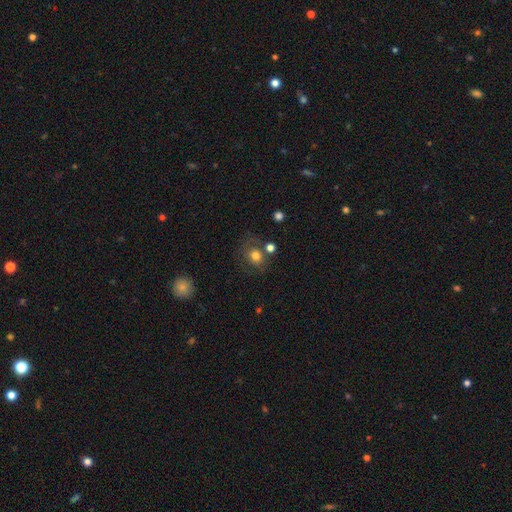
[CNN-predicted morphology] type=smooth (74%); roundness=round (66%); merging=none (63%).